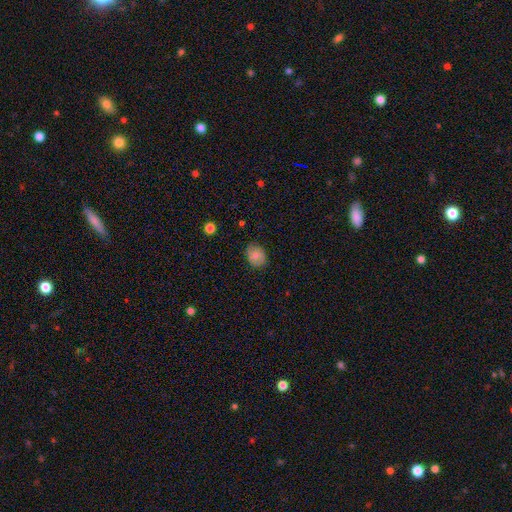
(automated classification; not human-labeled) A smooth galaxy with no disk features (76%) that is in between round and cigar-shaped (52%).

Vote fractions:
- Smooth or featured? smooth: 76% / featured or disk: 15% / star or artifact: 8%
- How rounded? in between: 52% / round: 47% / cigar-shaped: 1%
- Merging? none: 82% / minor disturbance: 14% / major disturbance: 3% / merger: 1%